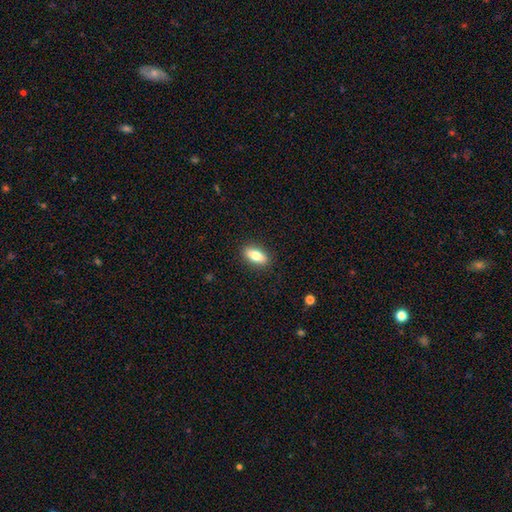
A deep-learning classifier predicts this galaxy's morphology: Smooth or featured?
  - smooth: 74% *
  - featured or disk: 18%
  - star or artifact: 7%
How rounded?
  - in between: 81% *
  - cigar-shaped: 15%
  - round: 4%
Merging?
  - none: 89% *
  - minor disturbance: 8%
  - major disturbance: 2%
  - merger: 1%